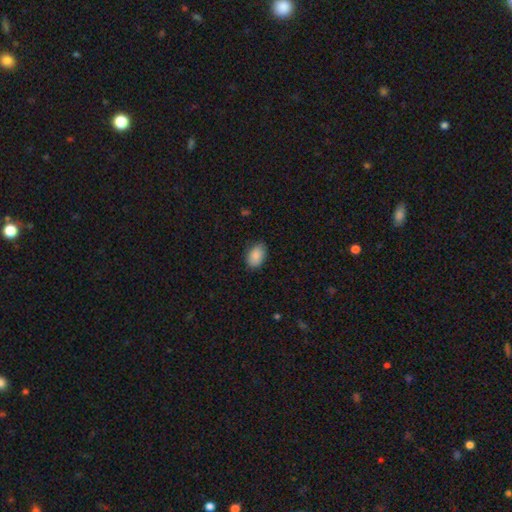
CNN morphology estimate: Smooth or featured? smooth (88%)
How rounded? in between (88%)
Merging? none (83%)